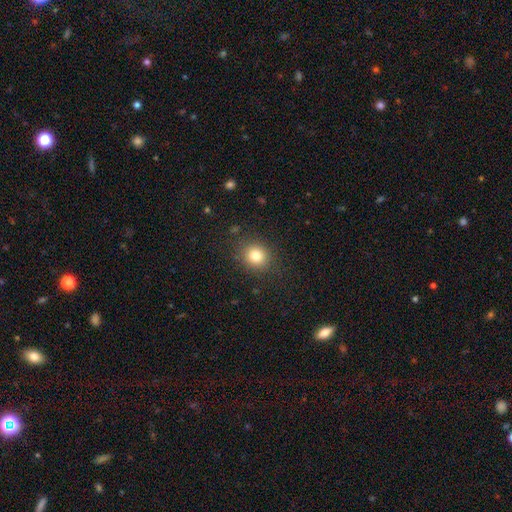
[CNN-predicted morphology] Smooth or featured: smooth — 80% (star or artifact — 13%)
How rounded: round — 81% (in between — 18%)
Merging: none — 87% (minor disturbance — 9%)